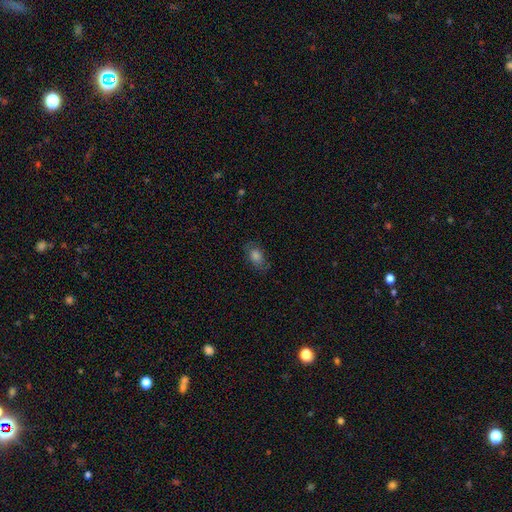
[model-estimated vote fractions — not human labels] A smooth galaxy with no disk features (65%) that is in between round and cigar-shaped (78%). Merging: none (77%).